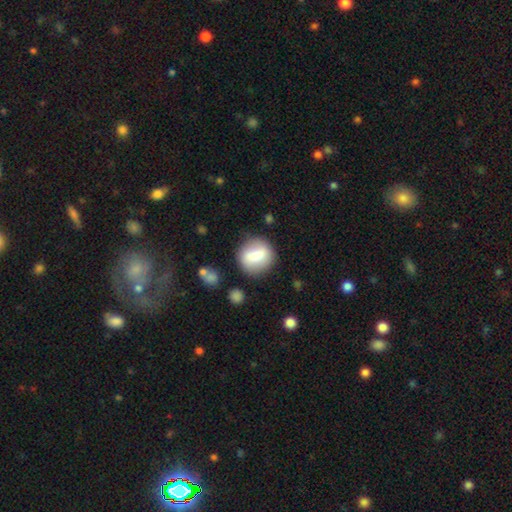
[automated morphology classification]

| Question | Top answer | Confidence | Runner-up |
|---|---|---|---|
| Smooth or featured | smooth | 66% | featured or disk (26%) |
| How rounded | round | 76% | in between (21%) |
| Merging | none | 78% | minor disturbance (12%) |